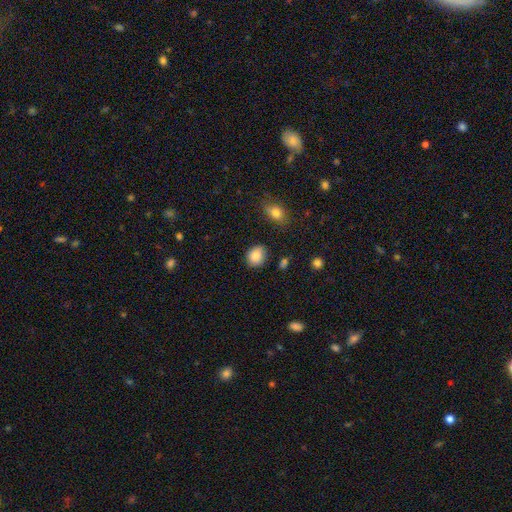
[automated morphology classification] Smooth or featured? smooth (86%)
How rounded? round (61%)
Merging? none (80%)